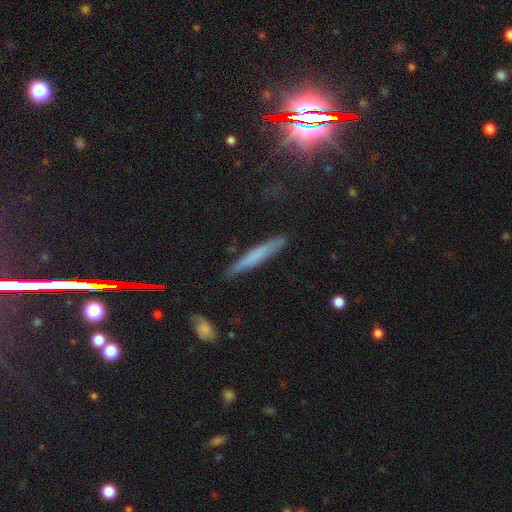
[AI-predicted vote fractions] Smooth or featured: smooth — 60% (featured or disk — 31%)
How rounded: cigar-shaped — 95% (in between — 3%)
Merging: none — 88% (minor disturbance — 9%)